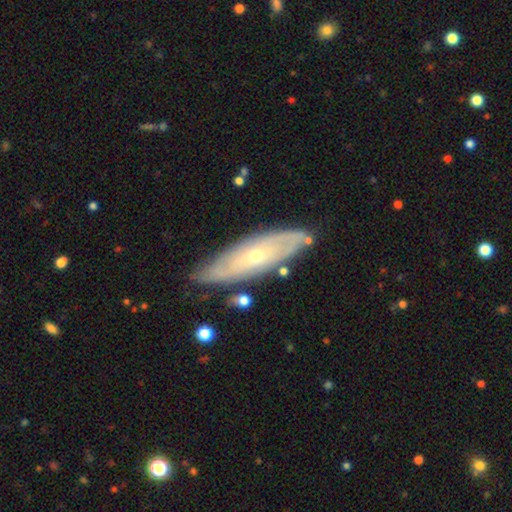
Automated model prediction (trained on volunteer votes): This is likely a featured or disk galaxy (73%). It is likely not viewed edge-on (74%). Bar: likely no (80%). Spiral arm pattern: likely yes (74%). Central bulge: likely small (63%). Merging: likely none (79%).